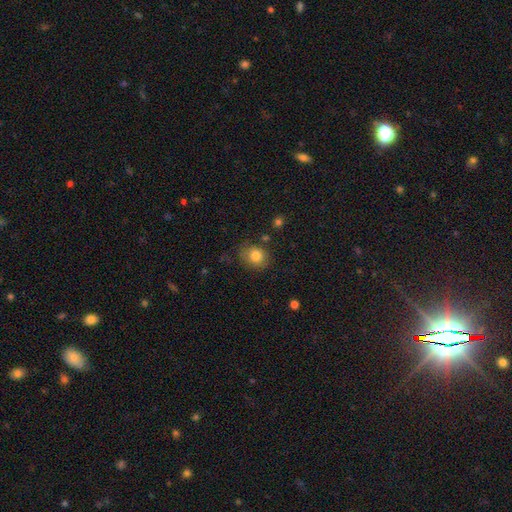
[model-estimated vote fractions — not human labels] This appears to be a smooth galaxy with no disk features (82%) that is round (58%). Merging: none (74%).